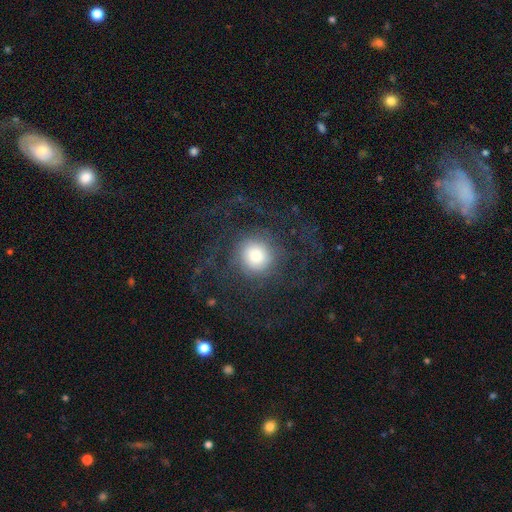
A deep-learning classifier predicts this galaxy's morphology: Smooth or featured: featured or disk — 44% (smooth — 43%)
Merging: none — 63% (major disturbance — 23%)